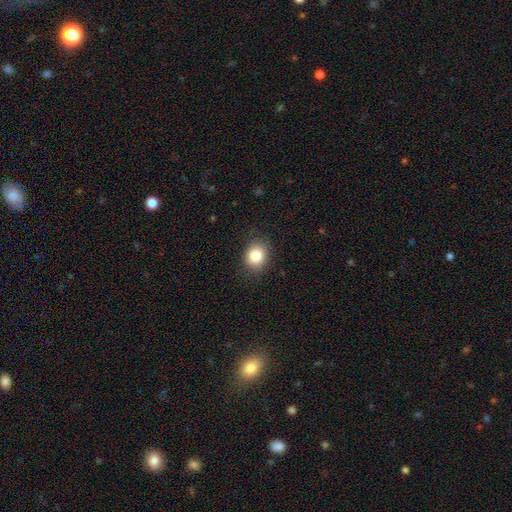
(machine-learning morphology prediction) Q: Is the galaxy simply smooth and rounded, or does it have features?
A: smooth — 83%.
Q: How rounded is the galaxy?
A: round — 61%.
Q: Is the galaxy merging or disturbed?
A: none — 86%.